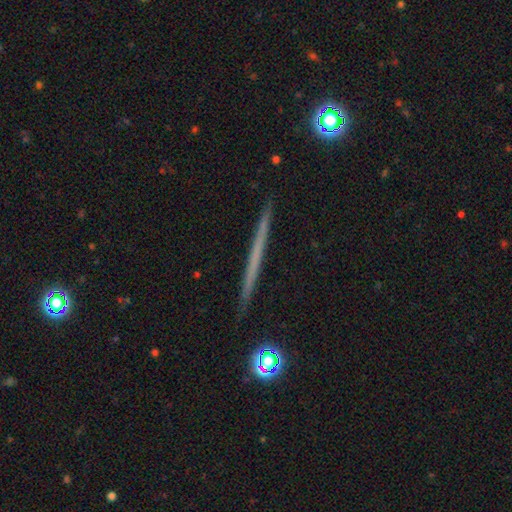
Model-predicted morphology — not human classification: Smooth or featured? featured or disk (54%)
Edge-on disk? yes (98%)
Edge-on bulge? none (90%)
Merging? none (92%)